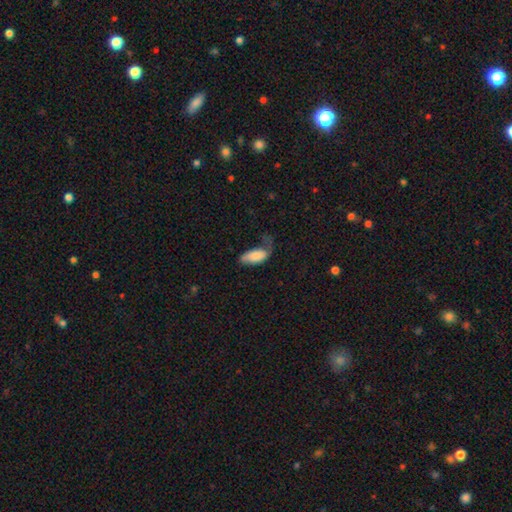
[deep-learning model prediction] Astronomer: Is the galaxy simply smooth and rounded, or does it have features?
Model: smooth — 74%.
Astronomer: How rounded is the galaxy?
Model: in between — 90%.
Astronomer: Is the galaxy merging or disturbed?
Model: minor disturbance — 35% (runner-up: major disturbance, 32%).